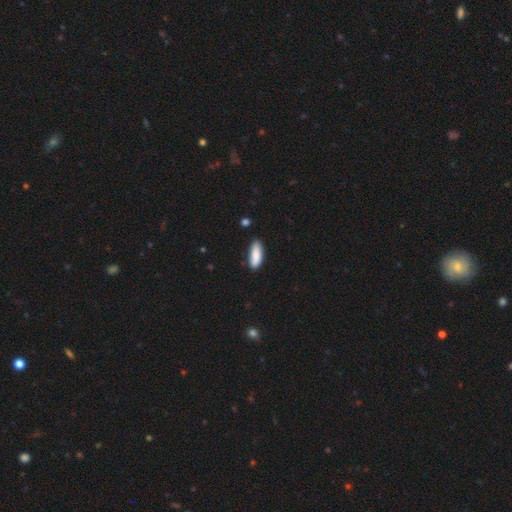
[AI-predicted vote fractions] This is clearly a smooth galaxy (87%). How rounded: likely in between (67%). Merging: clearly none (81%).